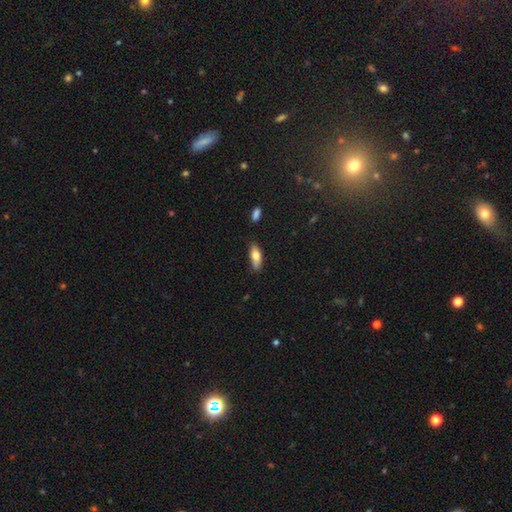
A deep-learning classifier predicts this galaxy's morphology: This is likely a smooth galaxy (71%). How rounded: likely in between (65%). Merging: likely none (73%).